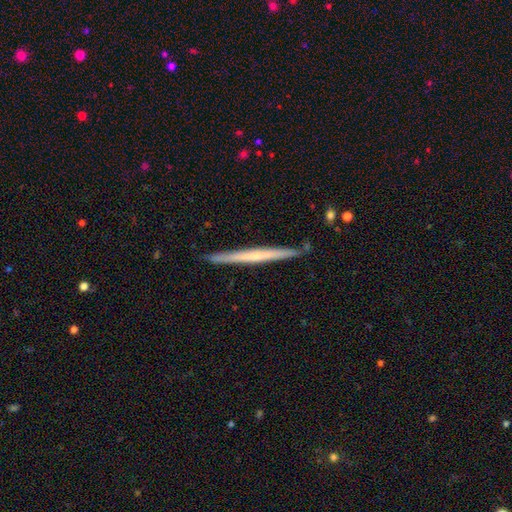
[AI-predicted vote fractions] A featured or disk galaxy (58%) viewed edge-on (98%) with no central bulge (73%).

Vote fractions:
- Smooth or featured? featured or disk: 58% / smooth: 37% / star or artifact: 5%
- Edge-on disk? yes: 98% / no: 2%
- Edge-on bulge? none: 73% / rounded: 22% / boxy: 6%
- Merging? none: 90% / minor disturbance: 7% / merger: 1% / major disturbance: 1%